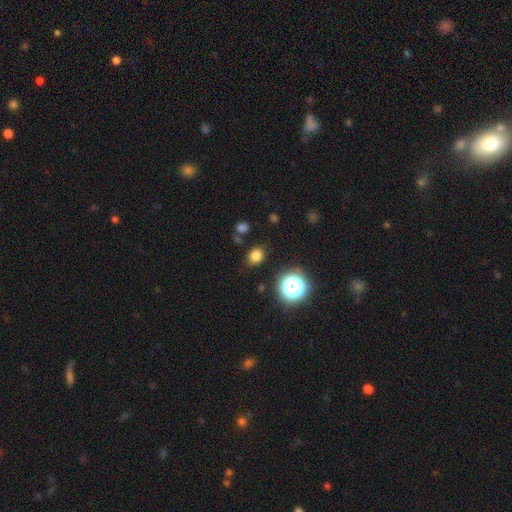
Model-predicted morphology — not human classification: smooth 78%, star or artifact 17%, featured or disk 5%. Down the decision tree: how rounded — round (59%); merging — none (84%).